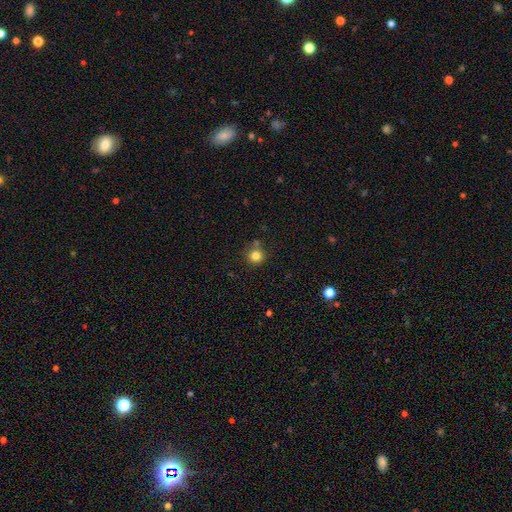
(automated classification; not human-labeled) Smooth or featured?
  - smooth: 81% *
  - star or artifact: 13%
  - featured or disk: 7%
How rounded?
  - round: 93% *
  - in between: 6%
  - cigar-shaped: 1%
Merging?
  - none: 78% *
  - minor disturbance: 10%
  - merger: 9%
  - major disturbance: 3%